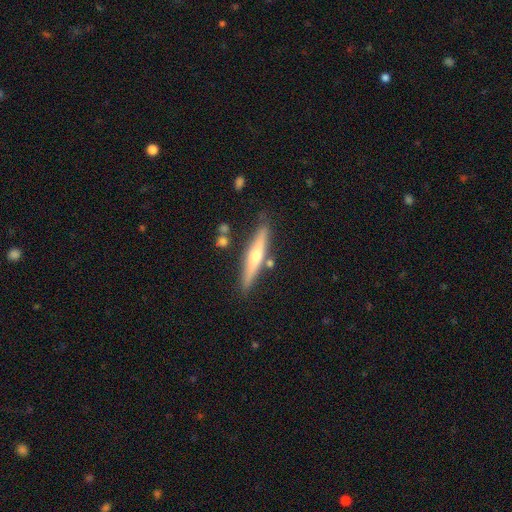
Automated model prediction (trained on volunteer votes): Smooth or featured? Predicted: featured or disk (p=0.57). Edge-on disk? Predicted: yes (p=0.95). Edge-on bulge? Predicted: rounded (p=0.84). Merging? Predicted: none (p=0.82).